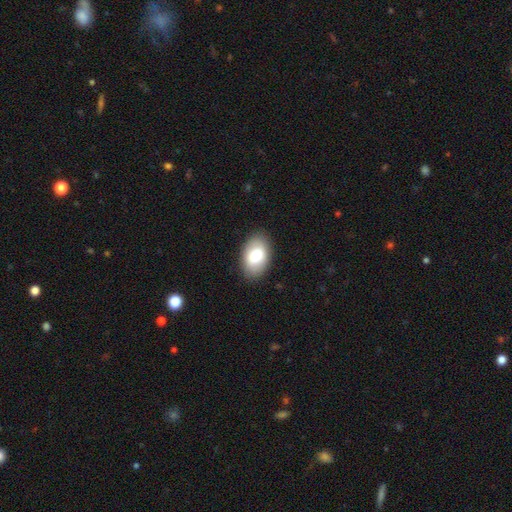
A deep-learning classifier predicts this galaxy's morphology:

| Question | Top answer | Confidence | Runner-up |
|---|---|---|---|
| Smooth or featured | smooth | 76% | featured or disk (17%) |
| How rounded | in between | 90% | round (8%) |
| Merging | none | 88% | minor disturbance (9%) |